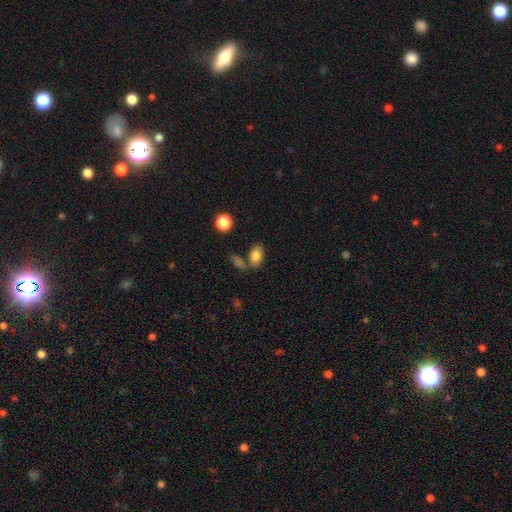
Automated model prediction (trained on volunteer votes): Morphology: type=smooth (82%); roundness=in between (85%); merging=none (66%).